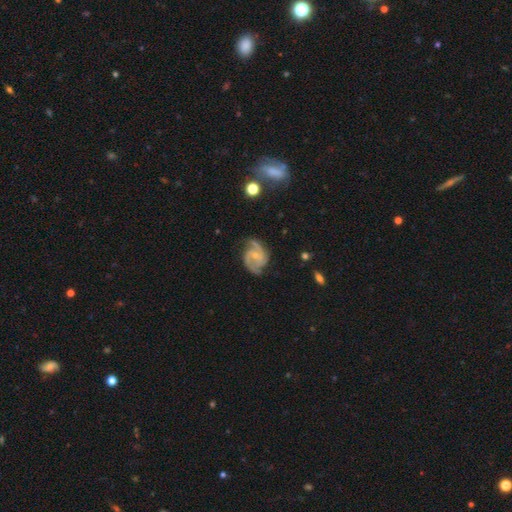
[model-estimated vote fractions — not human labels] The model was most divided on "bar": no: 56%, weak: 35%, strong: 8%. More confident: edge-on disk — no (98%); spiral arms — yes (98%); smooth or featured — featured or disk (90%); spiral arm count — 2 (74%); merging — none (69%); bulge size — small (67%); spiral winding — medium (55%).